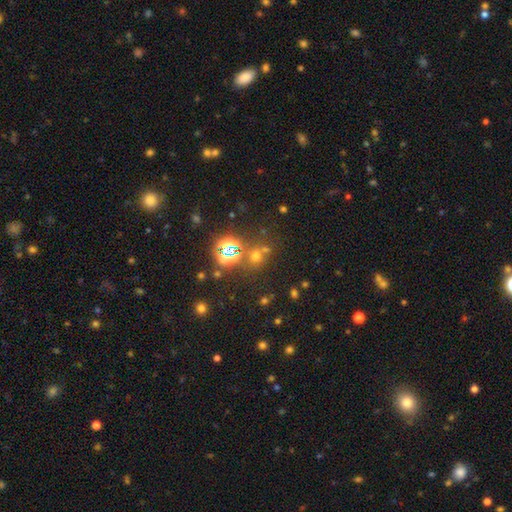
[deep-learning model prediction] Smooth or featured?
  - star or artifact: 50% *
  - smooth: 42%
  - featured or disk: 9%